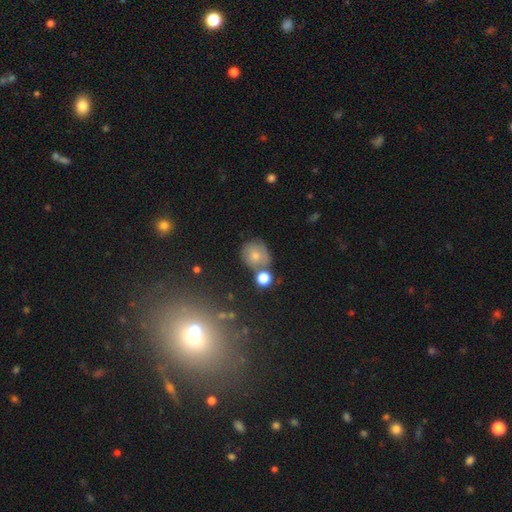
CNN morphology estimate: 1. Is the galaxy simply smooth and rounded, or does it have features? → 67% smooth, 21% featured or disk, 12% star or artifact.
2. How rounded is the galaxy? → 76% round, 23% in between, 1% cigar-shaped.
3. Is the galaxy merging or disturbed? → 55% none, 20% merger, 18% minor disturbance, 7% major disturbance.